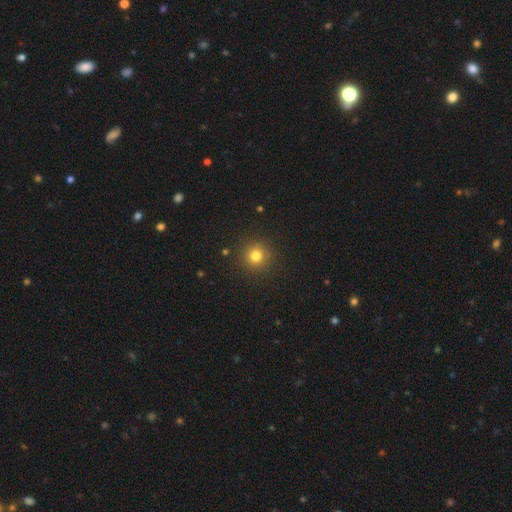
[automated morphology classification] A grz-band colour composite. It shows a smooth galaxy with no disk features (79%) that is round (95%). Merging: none (91%).